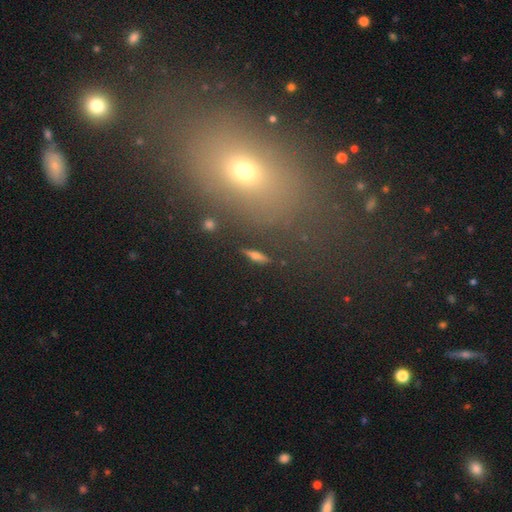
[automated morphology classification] type=smooth (47%); merging=none (85%).